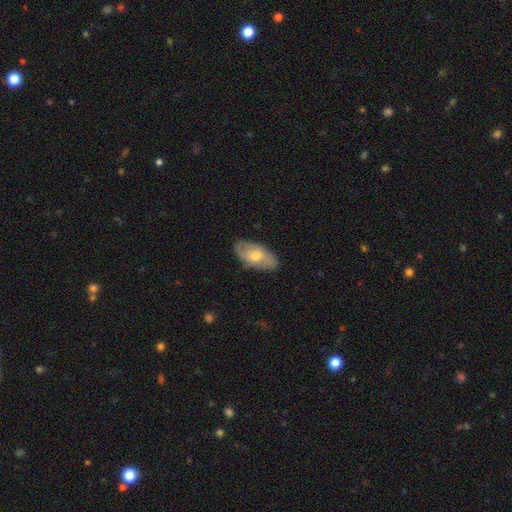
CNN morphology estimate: A smooth galaxy with no disk features (57%) that is in between round and cigar-shaped (92%). Merging: none (79%).